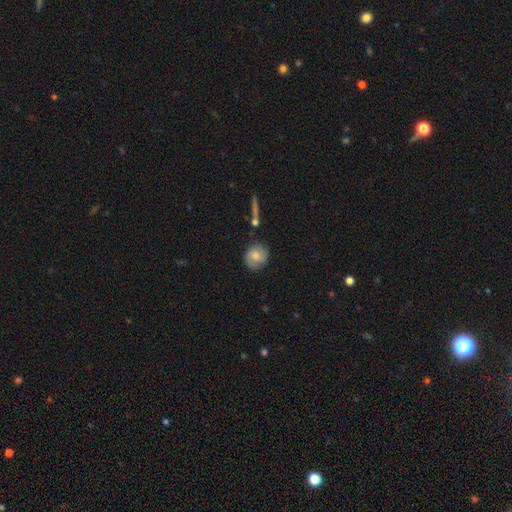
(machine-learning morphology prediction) Smooth or featured? Predicted: smooth (p=0.64). How rounded? Predicted: round (p=0.75). Merging? Predicted: none (p=0.76).